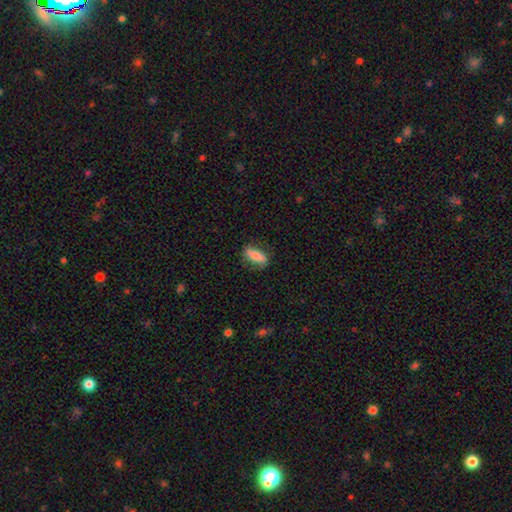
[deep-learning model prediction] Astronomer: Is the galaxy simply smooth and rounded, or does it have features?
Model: smooth — 73%.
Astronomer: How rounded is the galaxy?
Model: in between — 64%.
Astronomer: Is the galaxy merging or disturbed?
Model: none — 78%.